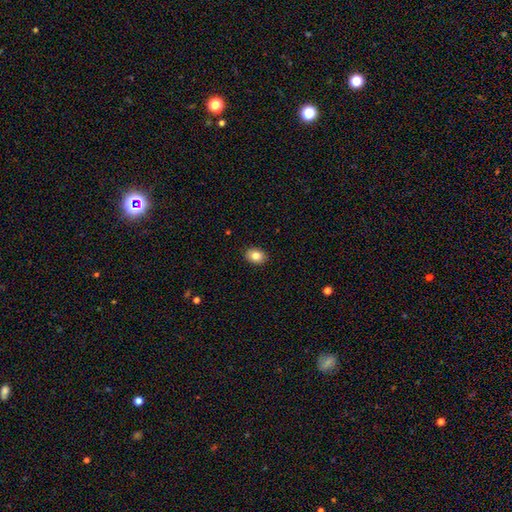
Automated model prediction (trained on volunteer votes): Smooth or featured: smooth — 84% (star or artifact — 8%)
How rounded: in between — 66% (round — 33%)
Merging: none — 90% (minor disturbance — 7%)